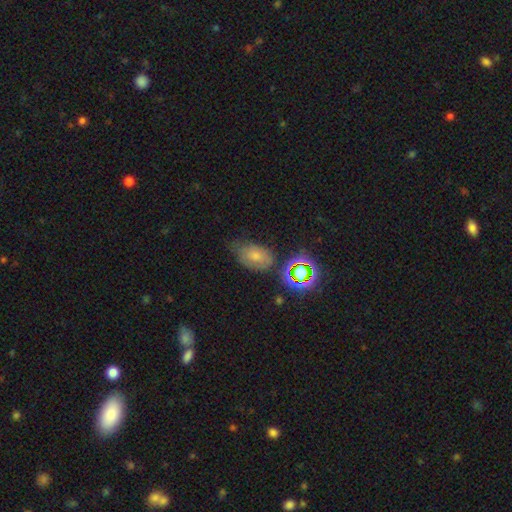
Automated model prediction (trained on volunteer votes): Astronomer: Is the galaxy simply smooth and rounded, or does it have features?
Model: smooth — 54%.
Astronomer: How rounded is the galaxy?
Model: in between — 78%.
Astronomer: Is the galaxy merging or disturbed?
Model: none — 53% (runner-up: minor disturbance, 33%).